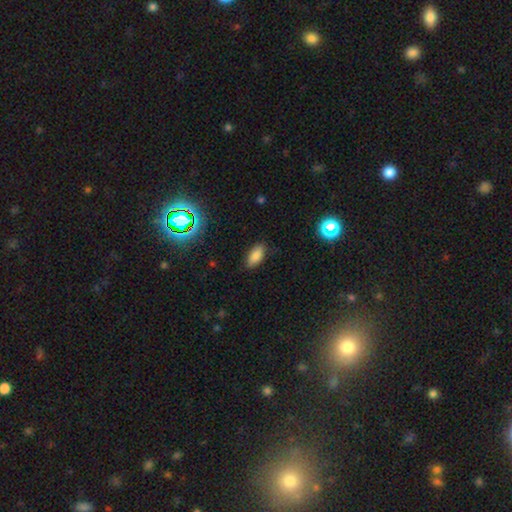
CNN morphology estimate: Smooth or featured? Predicted: smooth (p=0.83). How rounded? Predicted: in between (p=0.89). Merging? Predicted: none (p=0.83).